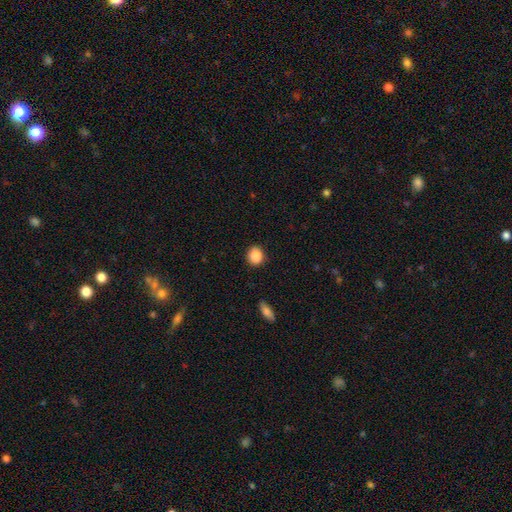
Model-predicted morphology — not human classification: Smooth or featured? smooth (87%)
How rounded? round (78%)
Merging? none (89%)